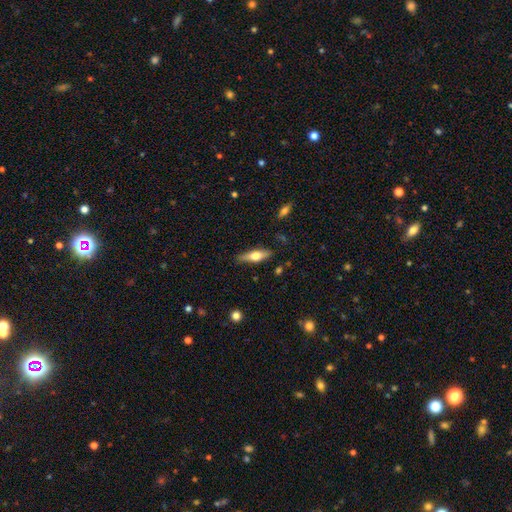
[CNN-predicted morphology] Smooth or featured: smooth — 48% (featured or disk — 46%)
Merging: none — 84% (minor disturbance — 12%)